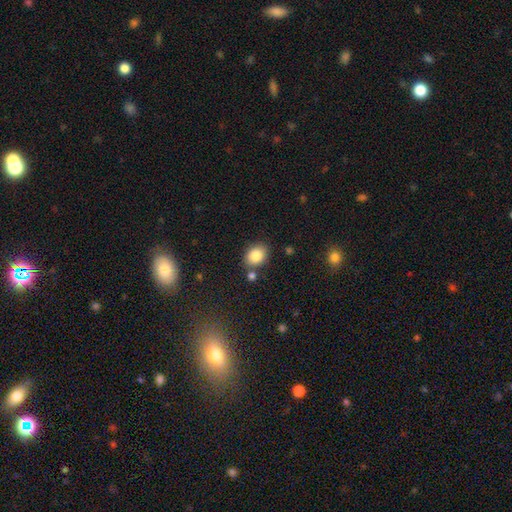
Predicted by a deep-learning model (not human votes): A smooth galaxy with no disk features (84%) that is in between round and cigar-shaped (56%).

Vote fractions:
- Smooth or featured? smooth: 84% / star or artifact: 9% / featured or disk: 7%
- How rounded? in between: 56% / round: 43% / cigar-shaped: 1%
- Merging? none: 77% / minor disturbance: 11% / merger: 9% / major disturbance: 3%